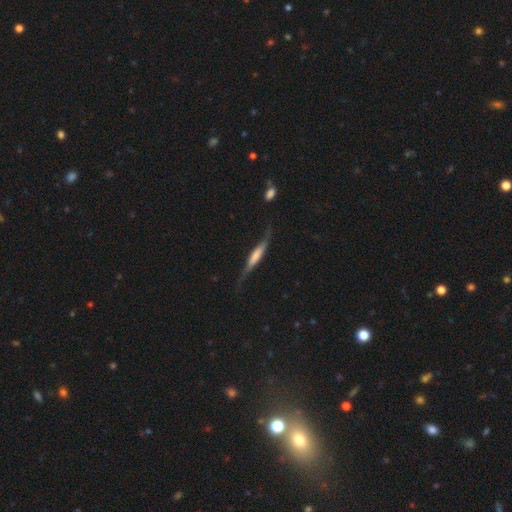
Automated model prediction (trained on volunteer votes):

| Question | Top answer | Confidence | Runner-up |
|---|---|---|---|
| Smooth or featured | featured or disk | 58% | smooth (37%) |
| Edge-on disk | yes | 84% | no (16%) |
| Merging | none | 62% | minor disturbance (23%) |